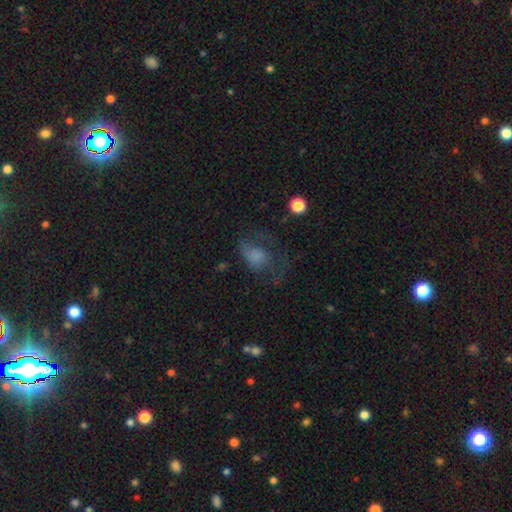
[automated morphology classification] smooth 52%, featured or disk 34%, star or artifact 14%. Down the decision tree: how rounded — in between (64%); merging — major disturbance (47%).